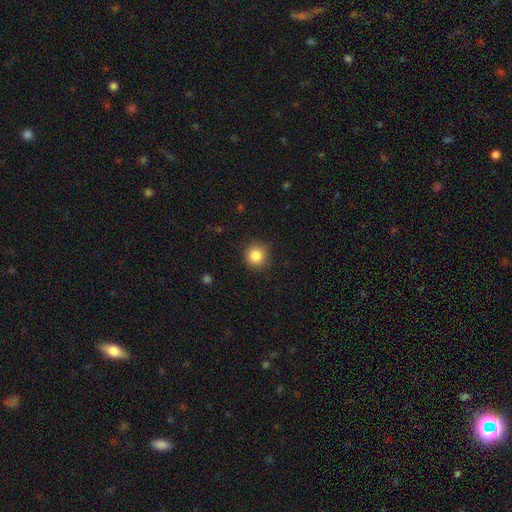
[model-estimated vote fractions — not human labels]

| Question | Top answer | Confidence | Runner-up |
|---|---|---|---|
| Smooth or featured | smooth | 84% | star or artifact (10%) |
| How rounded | round | 94% | in between (5%) |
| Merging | none | 90% | minor disturbance (7%) |